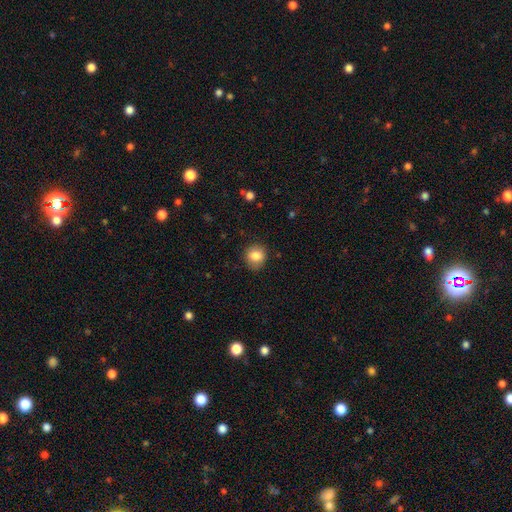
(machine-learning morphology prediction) type=smooth (84%); roundness=round (82%); merging=none (82%).